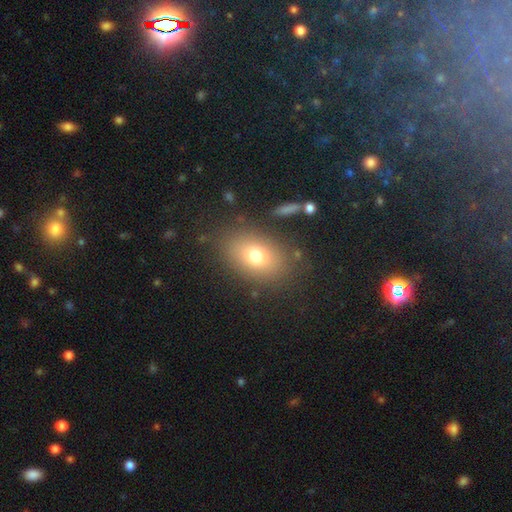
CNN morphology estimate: smooth 73%, featured or disk 15%, star or artifact 12%. Down the decision tree: how rounded — in between (77%); merging — none (81%).